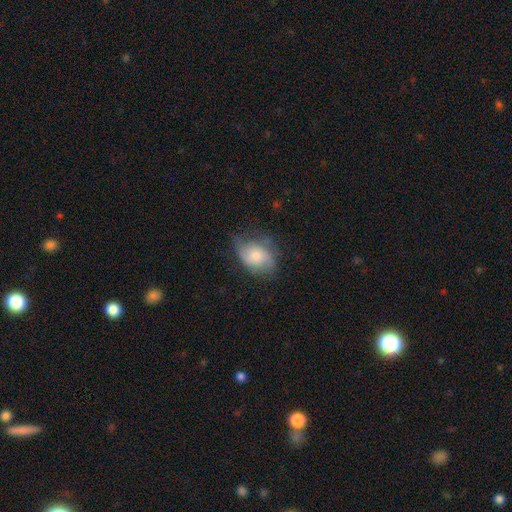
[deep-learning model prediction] A smooth galaxy with no disk features (52%) that is in between round and cigar-shaped (68%).

Vote fractions:
- Smooth or featured? smooth: 52% / featured or disk: 40% / star or artifact: 8%
- How rounded? in between: 68% / round: 31% / cigar-shaped: 1%
- Merging? none: 51% / minor disturbance: 33% / major disturbance: 14% / merger: 1%